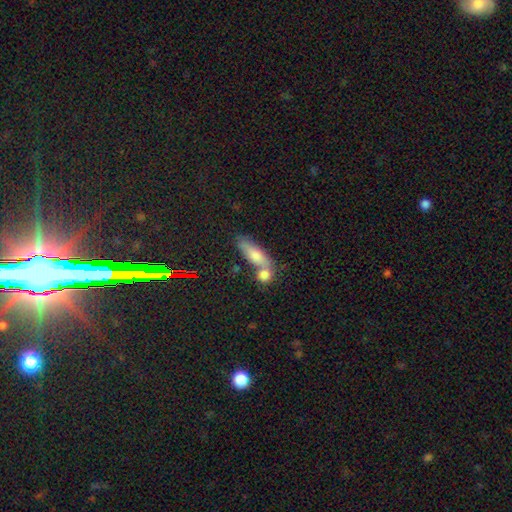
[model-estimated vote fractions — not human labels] smooth_or_featured: smooth (p=0.68) [alt: featured or disk p=0.20]
how_rounded: in between (p=0.53) [alt: cigar-shaped p=0.40]
merging: none (p=0.44) [alt: merger p=0.39]